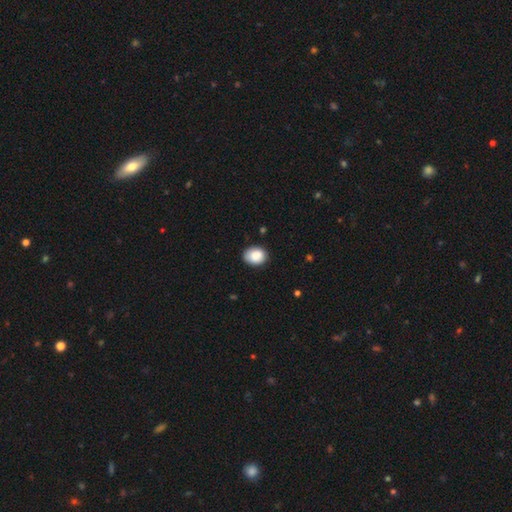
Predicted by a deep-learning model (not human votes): A smooth galaxy with no disk features (88%) that is in between round and cigar-shaped (55%).

Vote fractions:
- Smooth or featured? smooth: 88% / star or artifact: 7% / featured or disk: 5%
- How rounded? in between: 55% / round: 44% / cigar-shaped: 1%
- Merging? none: 81% / minor disturbance: 15% / major disturbance: 3% / merger: 1%